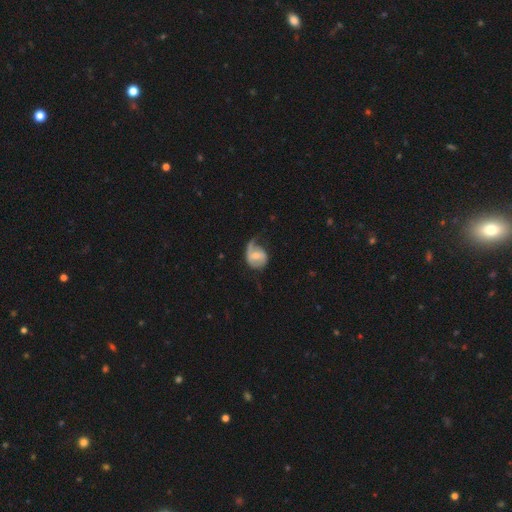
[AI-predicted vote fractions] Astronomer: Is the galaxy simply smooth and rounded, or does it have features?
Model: featured or disk — 59% (runner-up: smooth, 35%).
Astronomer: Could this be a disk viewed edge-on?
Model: no — 97%.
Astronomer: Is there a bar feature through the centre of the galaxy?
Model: no — 45% (runner-up: weak, 41%).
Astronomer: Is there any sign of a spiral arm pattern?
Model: yes — 77%.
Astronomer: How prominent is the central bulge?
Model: moderate — 47% (runner-up: small, 46%).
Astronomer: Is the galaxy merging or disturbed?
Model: none — 34% (runner-up: major disturbance, 33%).